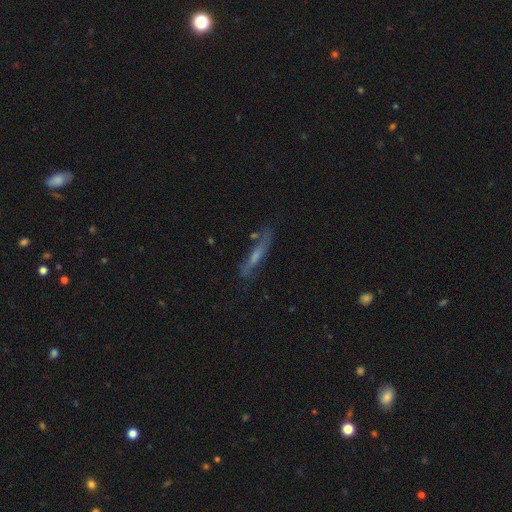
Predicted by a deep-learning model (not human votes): Morphology: type=featured or disk (55%); edge-on=yes (75%); merging=none (71%).